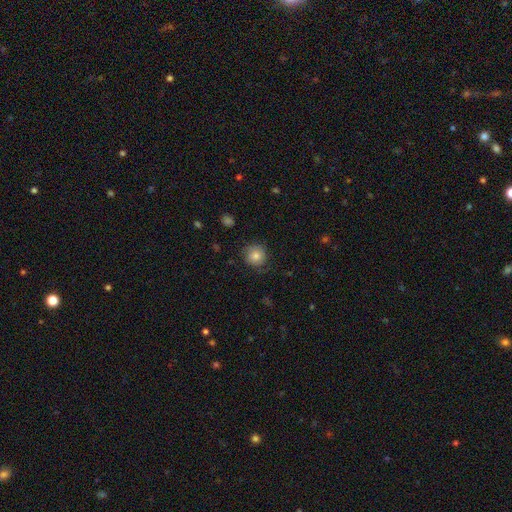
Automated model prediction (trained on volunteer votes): Q: Smooth or featured?
A: smooth (77%); runner-up: featured or disk (13%)
Q: How rounded?
A: round (91%); runner-up: in between (8%)
Q: Merging?
A: none (75%); runner-up: minor disturbance (17%)